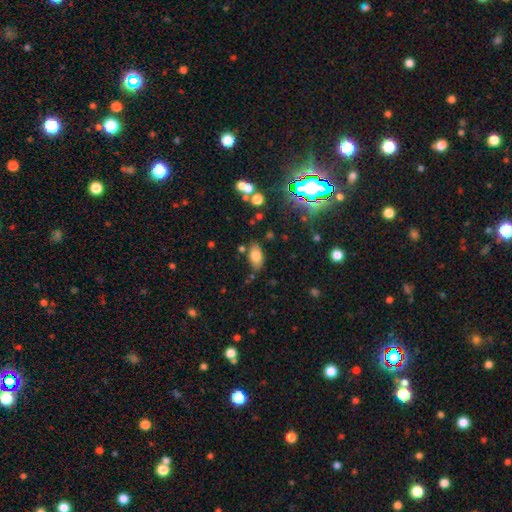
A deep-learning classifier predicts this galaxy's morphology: Smooth or featured? smooth (76%)
How rounded? in between (90%)
Merging? none (75%)